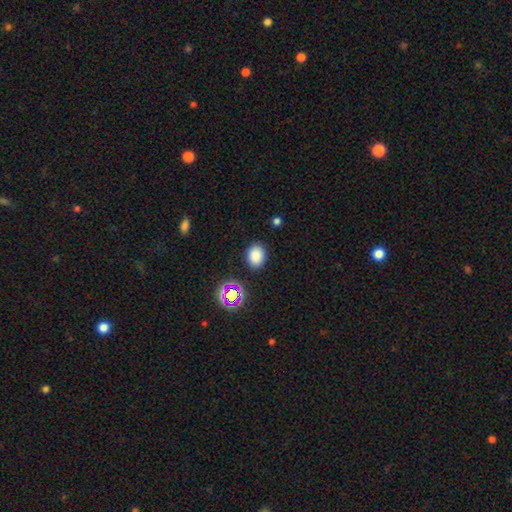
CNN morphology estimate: A smooth galaxy with no disk features (81%) that is in between round and cigar-shaped (64%).

Vote fractions:
- Smooth or featured? smooth: 81% / star or artifact: 14% / featured or disk: 5%
- How rounded? in between: 64% / round: 35% / cigar-shaped: 1%
- Merging? none: 86% / minor disturbance: 9% / major disturbance: 3% / merger: 2%